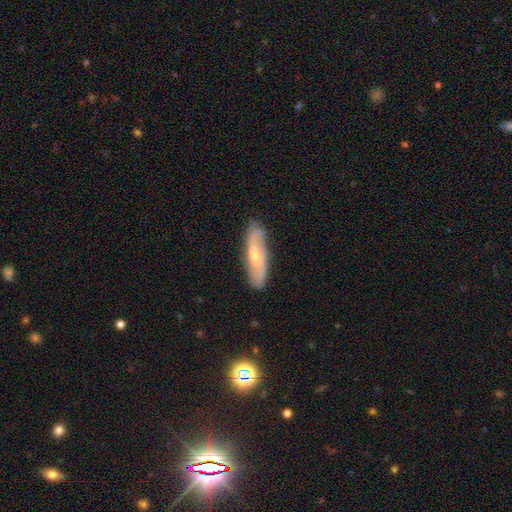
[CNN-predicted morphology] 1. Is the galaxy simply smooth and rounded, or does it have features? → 63% featured or disk, 30% smooth, 6% star or artifact.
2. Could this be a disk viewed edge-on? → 76% no, 24% yes.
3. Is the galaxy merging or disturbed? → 81% none, 15% minor disturbance, 3% major disturbance, 1% merger.